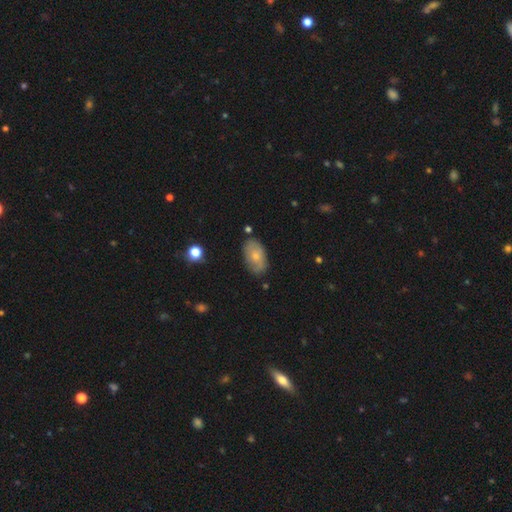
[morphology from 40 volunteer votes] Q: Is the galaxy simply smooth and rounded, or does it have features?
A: smooth — 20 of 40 (50%).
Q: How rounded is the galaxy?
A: in between — 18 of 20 (90%).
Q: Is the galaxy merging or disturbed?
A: none — 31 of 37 (84%).